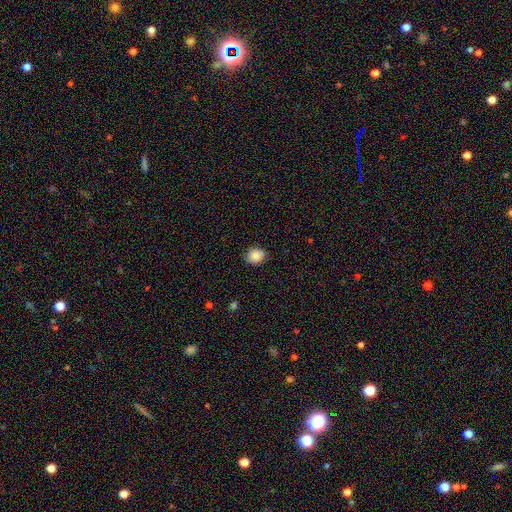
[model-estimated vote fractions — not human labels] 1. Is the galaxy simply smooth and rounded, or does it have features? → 86% smooth, 9% star or artifact, 6% featured or disk.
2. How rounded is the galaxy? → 53% round, 46% in between, 1% cigar-shaped.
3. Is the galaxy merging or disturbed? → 84% none, 12% minor disturbance, 2% major disturbance, 1% merger.